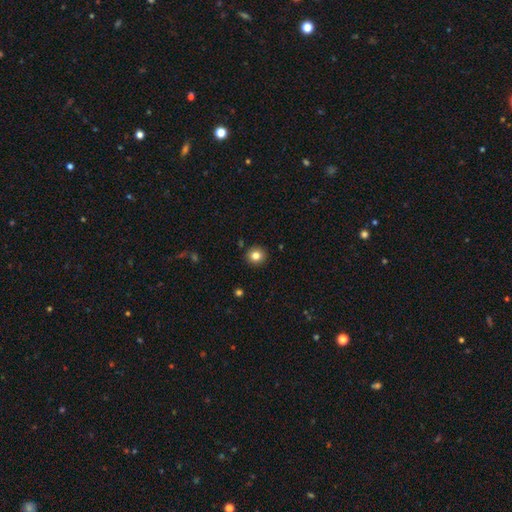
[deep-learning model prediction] This is clearly a smooth galaxy (82%). How rounded: clearly round (89%). Merging: clearly none (91%).